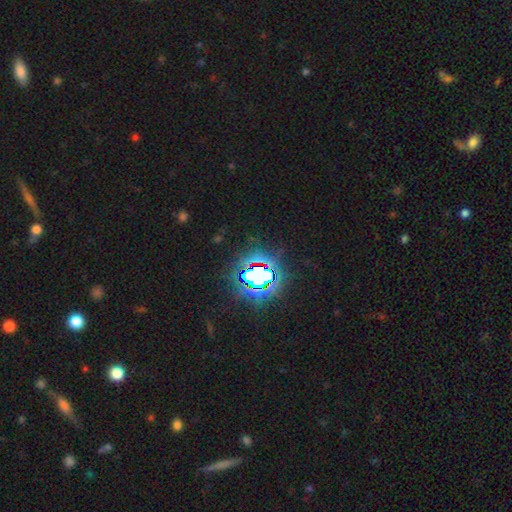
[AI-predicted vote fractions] This appears to be a star or artifact, not a galaxy (79%).